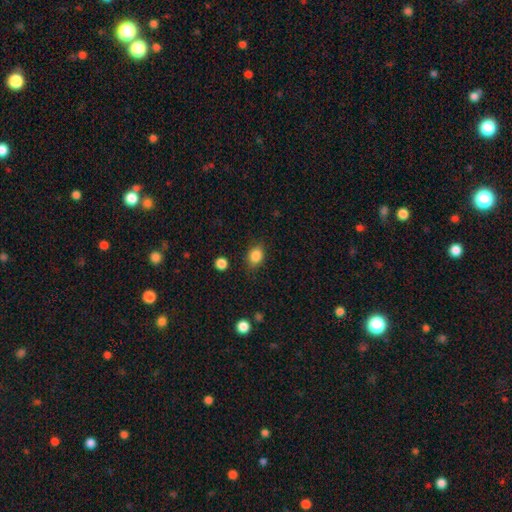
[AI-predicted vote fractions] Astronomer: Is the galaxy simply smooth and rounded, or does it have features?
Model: smooth — 85%.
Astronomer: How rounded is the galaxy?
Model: in between — 57% (runner-up: round, 42%).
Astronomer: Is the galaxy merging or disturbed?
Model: none — 81%.